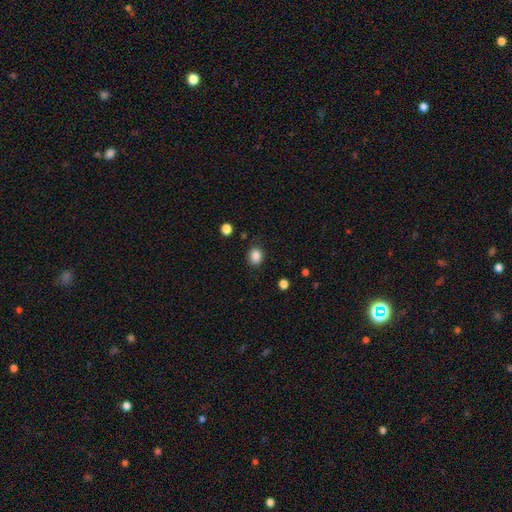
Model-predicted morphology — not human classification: Overall: smooth (87%). How rounded: round (56%; in between 43%). Merging: none (81%).